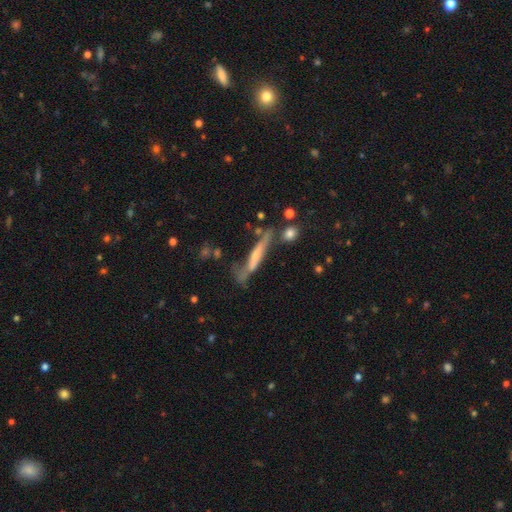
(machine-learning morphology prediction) Smooth or featured: featured or disk — 61% (smooth — 30%)
Edge-on disk: yes — 84% (no — 16%)
Edge-on bulge: rounded — 44% (none — 39%)
Merging: none — 53% (minor disturbance — 23%)